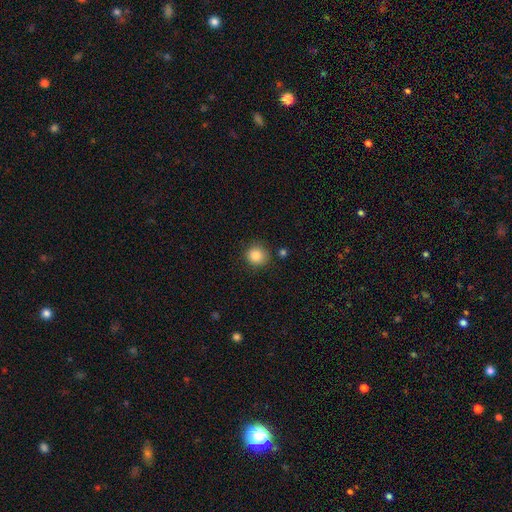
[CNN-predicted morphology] A smooth galaxy with no disk features (86%) that is round (90%).

Vote fractions:
- Smooth or featured? smooth: 86% / star or artifact: 10% / featured or disk: 5%
- How rounded? round: 90% / in between: 10% / cigar-shaped: 1%
- Merging? none: 83% / minor disturbance: 11% / major disturbance: 3% / merger: 3%